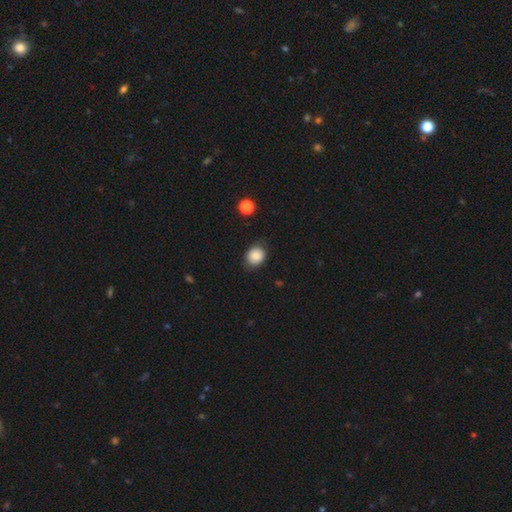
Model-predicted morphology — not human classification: smooth 85%, star or artifact 9%, featured or disk 6%. Down the decision tree: how rounded — round (67%); merging — none (80%).